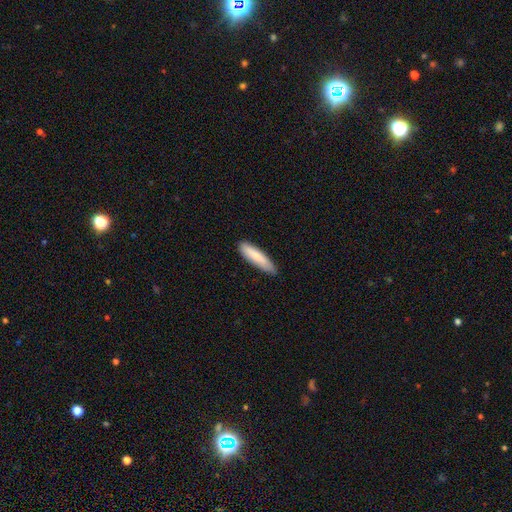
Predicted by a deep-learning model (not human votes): smooth 83%, featured or disk 12%, star or artifact 6%. Down the decision tree: how rounded — cigar-shaped (76%); merging — none (78%).